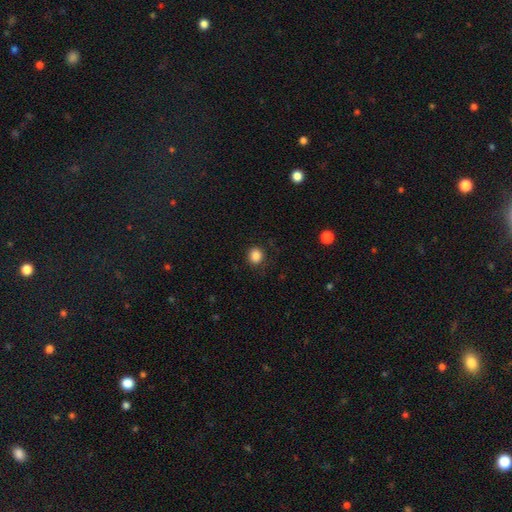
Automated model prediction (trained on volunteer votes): Smooth or featured?
  - smooth: 86% *
  - star or artifact: 10%
  - featured or disk: 3%
How rounded?
  - round: 81% *
  - in between: 18%
  - cigar-shaped: 1%
Merging?
  - none: 87% *
  - minor disturbance: 9%
  - major disturbance: 3%
  - merger: 1%